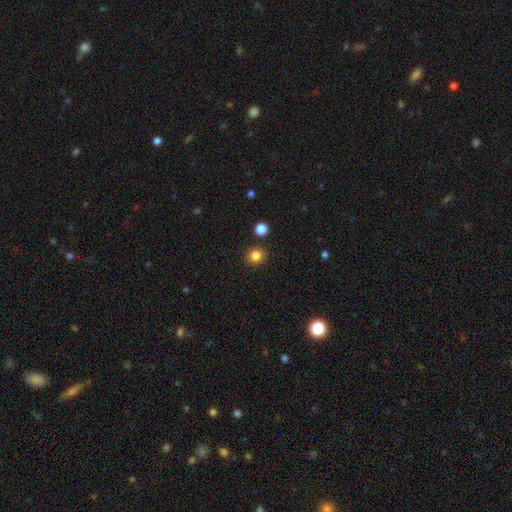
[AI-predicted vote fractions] Q: Smooth or featured?
A: smooth (84%); runner-up: star or artifact (12%)
Q: How rounded?
A: round (87%); runner-up: in between (12%)
Q: Merging?
A: none (89%); runner-up: minor disturbance (6%)